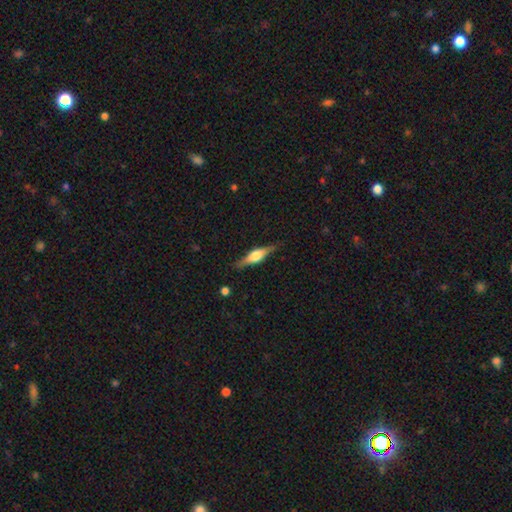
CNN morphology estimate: Smooth or featured? Predicted: featured or disk (p=0.67). Edge-on disk? Predicted: yes (p=0.96). Edge-on bulge? Predicted: rounded (p=0.87). Merging? Predicted: none (p=0.85).